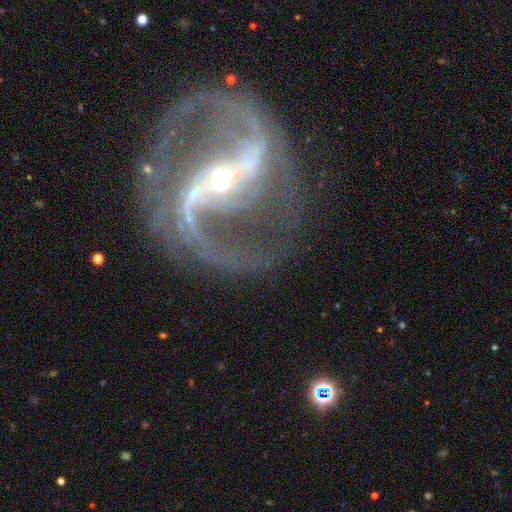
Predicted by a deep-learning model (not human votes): A featured or disk galaxy (93%) with a strong bar (64%), 2 (93%) medium (53%) spiral arms (98%) and a moderate central bulge (49%).

Vote fractions:
- Smooth or featured? featured or disk: 93% / star or artifact: 5% / smooth: 2%
- Edge-on disk? no: 97% / yes: 3%
- Bar? strong: 64% / weak: 24% / no: 12%
- Spiral arms? yes: 98% / no: 2%
- Spiral winding? medium: 53% / loose: 34% / tight: 13%
- Spiral arm count? 2: 93% / 3: 2% / can't tell: 2% / 1: 1% / 4: 1% / more than 4: 1%
- Bulge size? moderate: 49% / small: 46% / large: 3% / dominant: 1% / none: 1%
- Merging? none: 76% / minor disturbance: 13% / major disturbance: 9% / merger: 3%